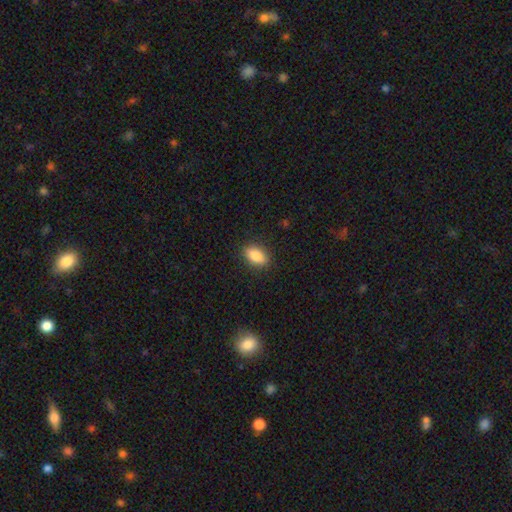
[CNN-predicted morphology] Q: Smooth or featured?
A: smooth (86%); runner-up: star or artifact (8%)
Q: How rounded?
A: in between (87%); runner-up: round (8%)
Q: Merging?
A: none (88%); runner-up: minor disturbance (9%)